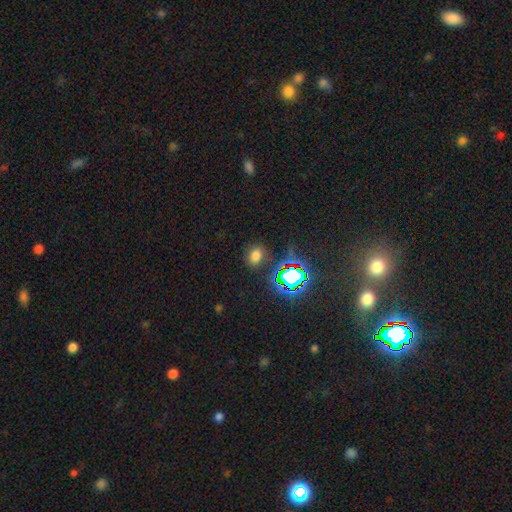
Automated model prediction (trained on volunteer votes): This is likely a smooth galaxy (65%). How rounded: likely in between (65%). Merging: clearly none (80%).